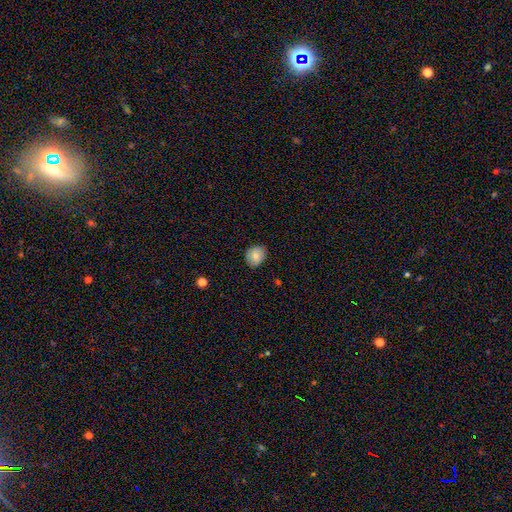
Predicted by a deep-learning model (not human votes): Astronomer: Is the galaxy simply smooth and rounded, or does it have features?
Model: smooth — 79%.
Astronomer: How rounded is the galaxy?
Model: round — 63%.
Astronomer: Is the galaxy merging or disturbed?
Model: none — 84%.